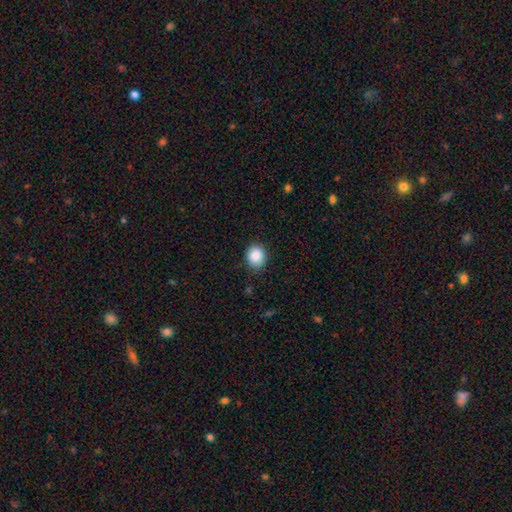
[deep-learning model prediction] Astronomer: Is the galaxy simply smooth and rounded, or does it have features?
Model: smooth — 88%.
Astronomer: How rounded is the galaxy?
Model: round — 67%.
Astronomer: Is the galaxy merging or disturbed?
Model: none — 85%.